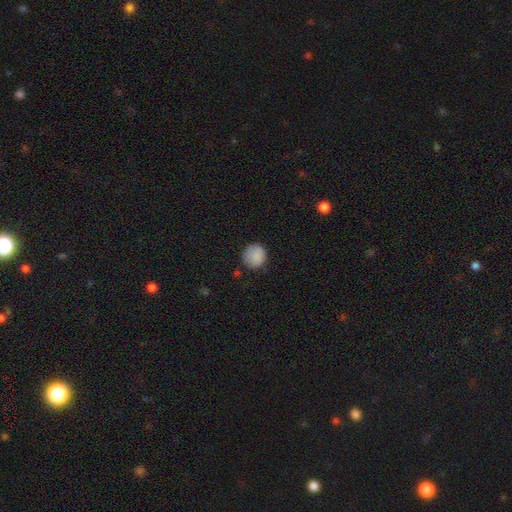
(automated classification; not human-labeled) Morphology: type=smooth (87%); roundness=round (89%); merging=none (78%).